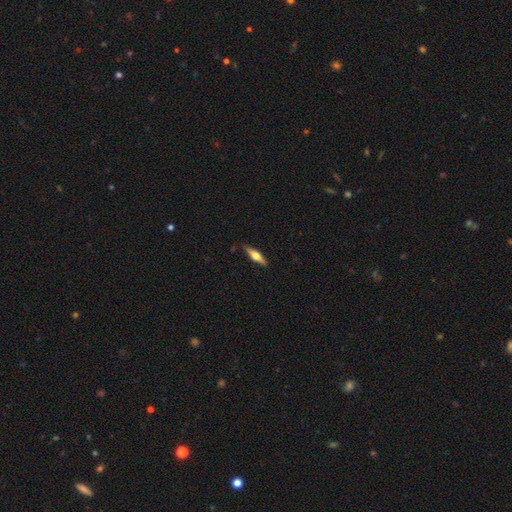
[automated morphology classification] A featured or disk galaxy (60%) viewed edge-on (95%) with a rounded central bulge (93%). Merging: none (88%).